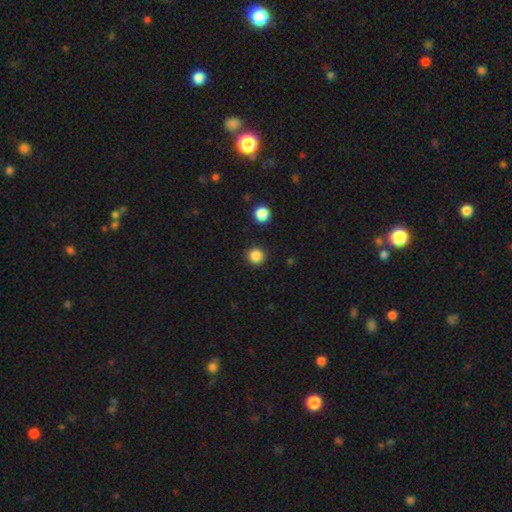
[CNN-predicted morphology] A smooth galaxy with no disk features (85%) that is round (95%). Merging: none (91%).